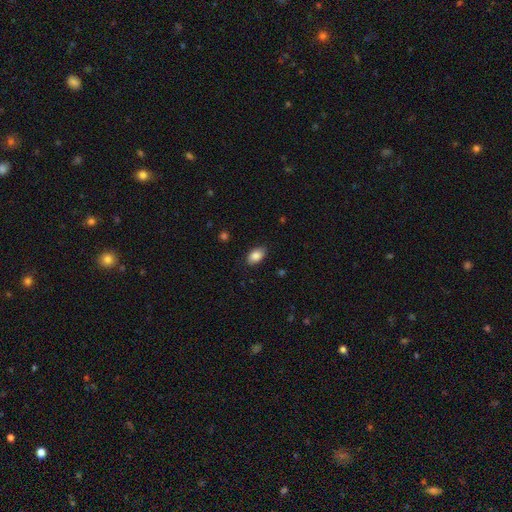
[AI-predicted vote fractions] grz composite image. It shows a smooth galaxy with no disk features (86%) that is in between round and cigar-shaped (91%). Merging: none (86%).